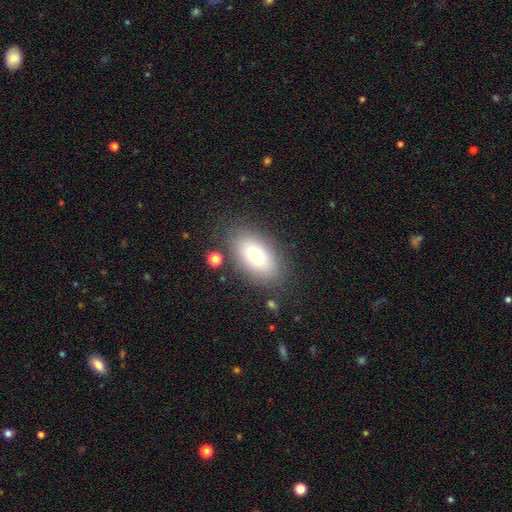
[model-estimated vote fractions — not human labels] Smooth or featured: smooth — 73% (featured or disk — 18%)
How rounded: in between — 91% (round — 7%)
Merging: none — 82% (minor disturbance — 11%)